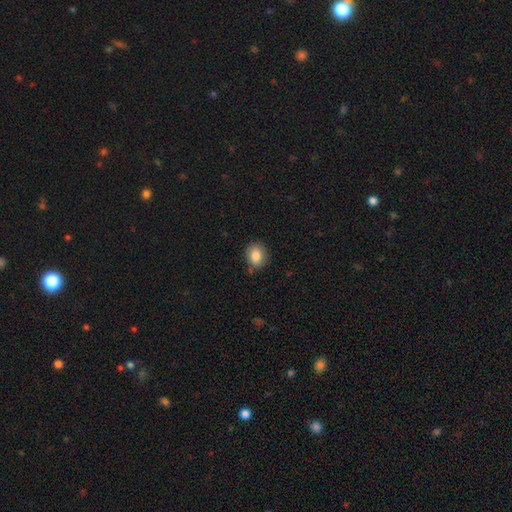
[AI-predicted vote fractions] smooth 84%, star or artifact 8%, featured or disk 7%. Down the decision tree: how rounded — round (59%); merging — none (78%).